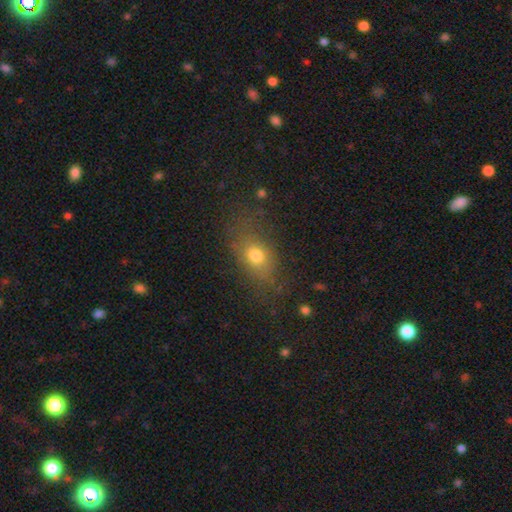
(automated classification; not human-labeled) Smooth or featured?
  - smooth: 71% *
  - star or artifact: 15%
  - featured or disk: 14%
How rounded?
  - in between: 66% *
  - round: 28%
  - cigar-shaped: 6%
Merging?
  - none: 71% *
  - minor disturbance: 18%
  - major disturbance: 9%
  - merger: 2%